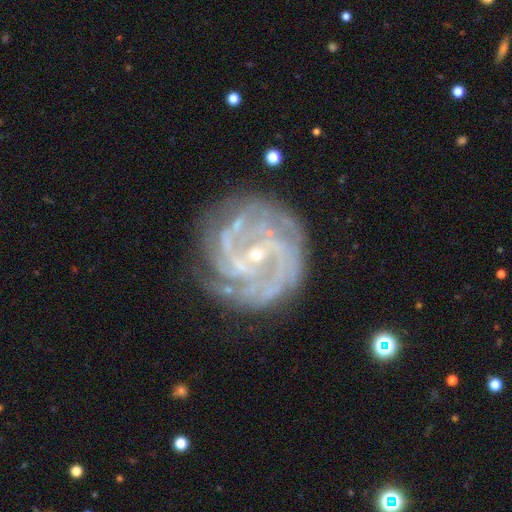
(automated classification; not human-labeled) Morphology: type=featured or disk (88%); edge-on=no (97%); bar=no (47%); spiral arms=yes (96%); winding=tight (60%); arm count=can't tell (23%); bulge=small (81%); merging=none (75%).